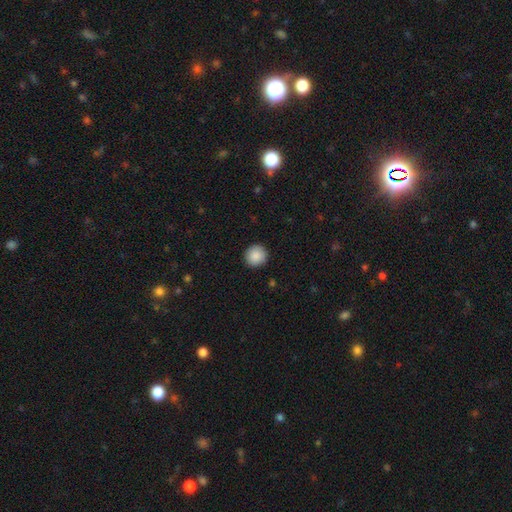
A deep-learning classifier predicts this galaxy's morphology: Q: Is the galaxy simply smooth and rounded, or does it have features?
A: smooth — 89%.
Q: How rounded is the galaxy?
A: round — 94%.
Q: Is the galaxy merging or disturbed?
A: none — 92%.